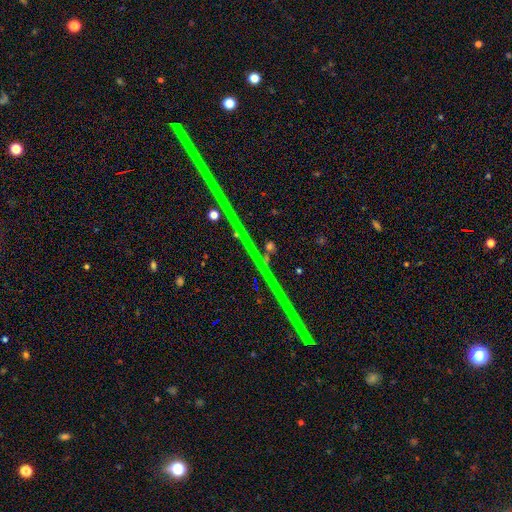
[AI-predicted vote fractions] A star or artifact, not a galaxy (81%).